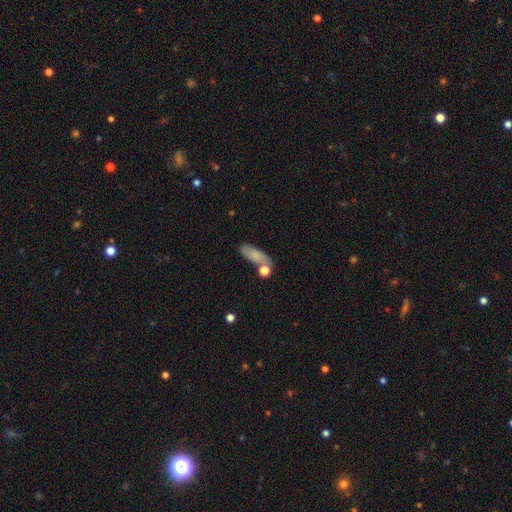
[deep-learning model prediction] Overall: smooth (73%). How rounded: in between (68%). Merging: none (58%; minor disturbance 18%).